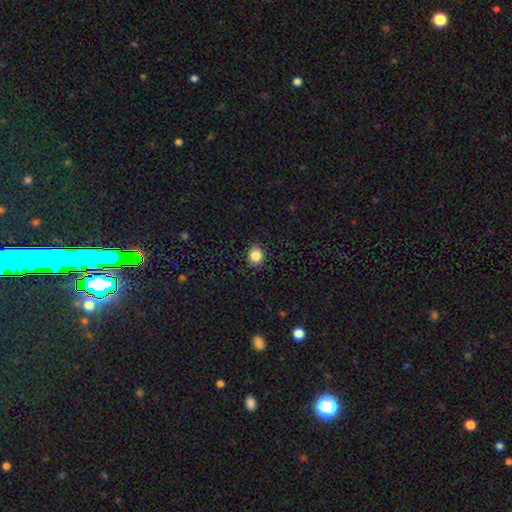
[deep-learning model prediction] Overall: smooth (85%). How rounded: round (72%). Merging: none (89%).